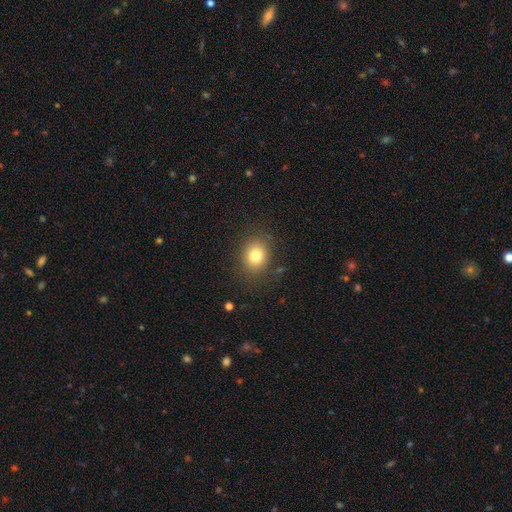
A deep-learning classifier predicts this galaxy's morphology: smooth-or-featured: smooth: 78% | star or artifact: 12% | featured or disk: 9%
  how-rounded: round: 63% | in between: 36% | cigar-shaped: 1%
  merging: none: 84% | minor disturbance: 10% | major disturbance: 4% | merger: 1%